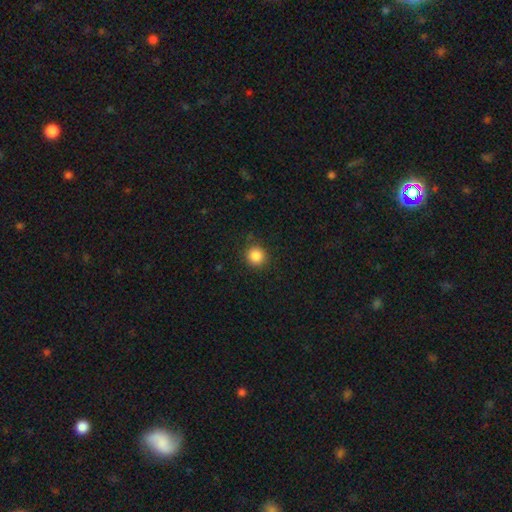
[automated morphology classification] smooth-or-featured: smooth: 86% | star or artifact: 11% | featured or disk: 4%
  how-rounded: round: 92% | in between: 7% | cigar-shaped: 1%
  merging: none: 88% | minor disturbance: 8% | major disturbance: 3% | merger: 1%